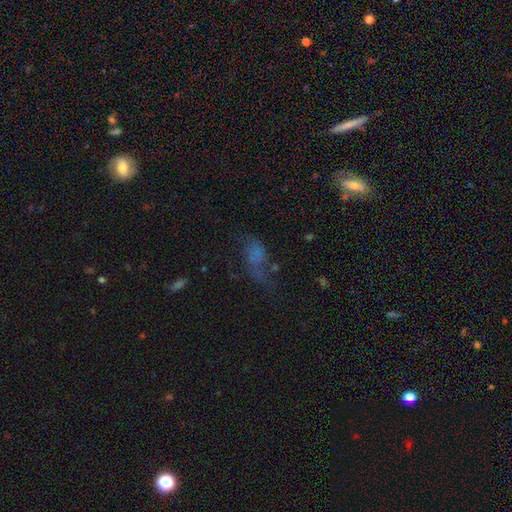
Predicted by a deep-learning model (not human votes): A smooth galaxy with no disk features (47%).

Vote fractions:
- Smooth or featured? smooth: 47% / featured or disk: 31% / star or artifact: 22%
- Merging? major disturbance: 37% / none: 33% / minor disturbance: 22% / merger: 8%